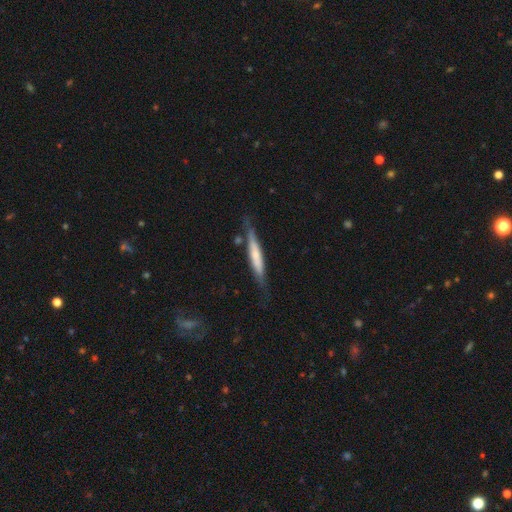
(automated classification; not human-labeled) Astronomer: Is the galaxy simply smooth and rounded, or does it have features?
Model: smooth — 50% (runner-up: featured or disk, 44%).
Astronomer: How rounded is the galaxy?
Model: cigar-shaped — 92%.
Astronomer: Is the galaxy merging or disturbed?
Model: none — 71%.